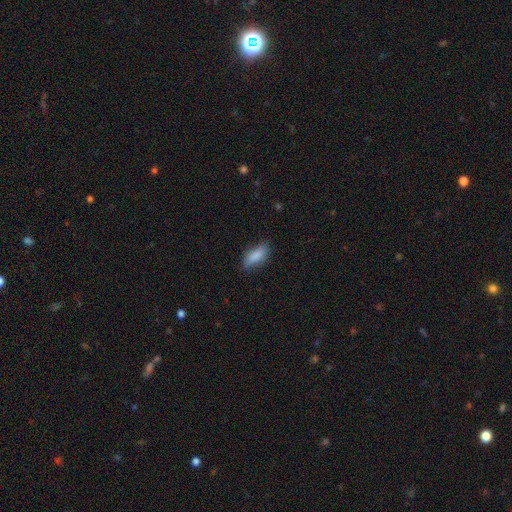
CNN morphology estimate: type=smooth (82%); roundness=in between (77%); merging=none (71%).